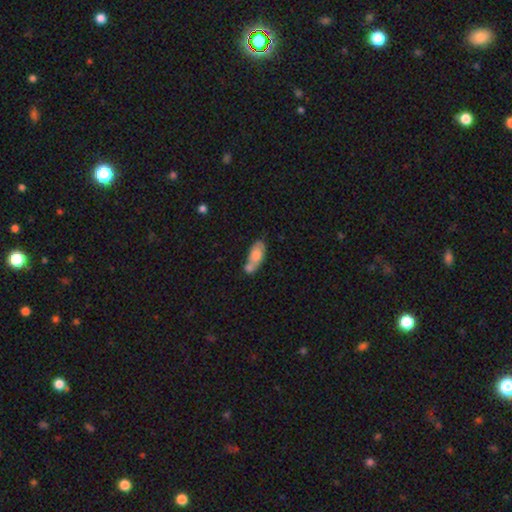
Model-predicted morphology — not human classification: Q: Smooth or featured?
A: smooth (69%); runner-up: featured or disk (24%)
Q: How rounded?
A: in between (83%); runner-up: cigar-shaped (13%)
Q: Merging?
A: merger (50%); runner-up: none (28%)